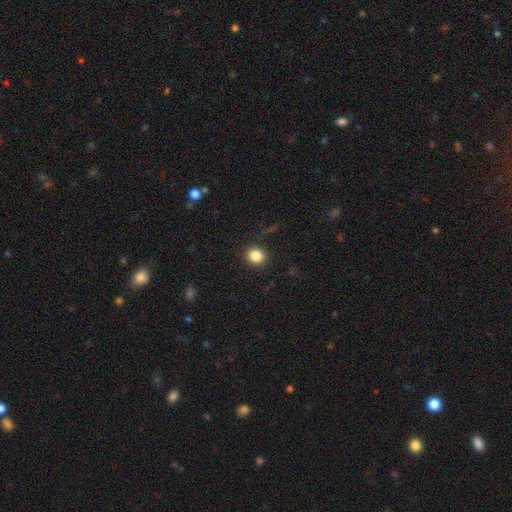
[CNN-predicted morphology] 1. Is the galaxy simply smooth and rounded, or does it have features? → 85% smooth, 11% star or artifact, 4% featured or disk.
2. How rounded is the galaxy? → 84% round, 15% in between, 1% cigar-shaped.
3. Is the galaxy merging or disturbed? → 90% none, 7% minor disturbance, 2% major disturbance, 1% merger.